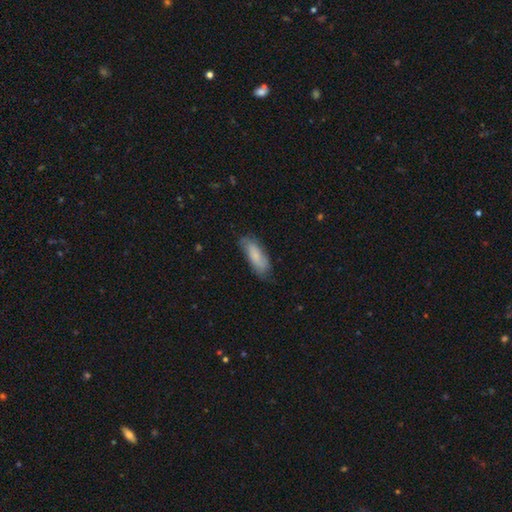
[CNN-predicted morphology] A smooth galaxy with no disk features (73%) that is in between round and cigar-shaped (63%).

Vote fractions:
- Smooth or featured? smooth: 73% / featured or disk: 21% / star or artifact: 6%
- How rounded? in between: 63% / cigar-shaped: 35% / round: 2%
- Merging? none: 68% / minor disturbance: 24% / major disturbance: 6% / merger: 1%